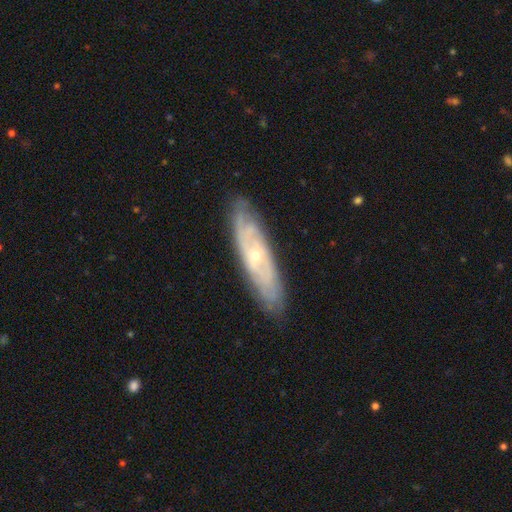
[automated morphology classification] Overall: featured or disk (78%). Edge-on disk: no (74%). Bar: no (72%). Spiral arms: yes (87%). Bulge size: small (70%). Merging: none (82%).